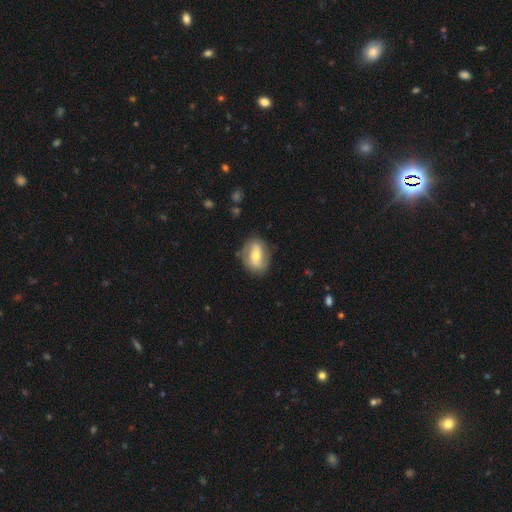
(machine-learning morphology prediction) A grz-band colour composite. It shows a featured or disk galaxy (49%). Merging: none (74%).